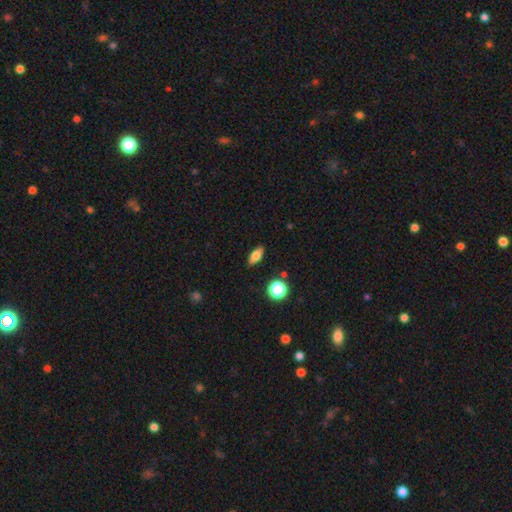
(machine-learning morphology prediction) A smooth galaxy with no disk features (71%) that is in between round and cigar-shaped (76%).

Vote fractions:
- Smooth or featured? smooth: 71% / featured or disk: 19% / star or artifact: 10%
- How rounded? in between: 76% / cigar-shaped: 16% / round: 7%
- Merging? none: 88% / minor disturbance: 9% / major disturbance: 2% / merger: 1%